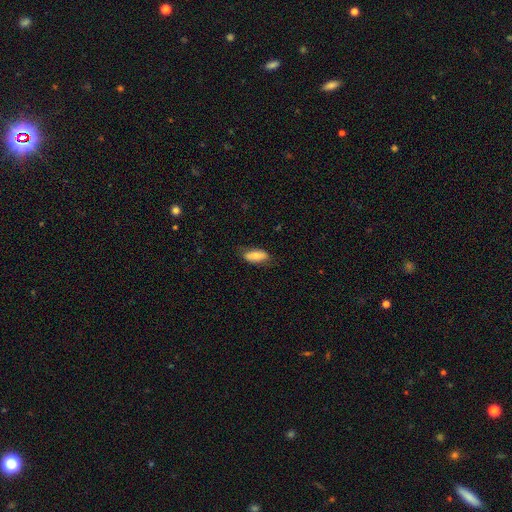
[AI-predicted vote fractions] smooth-or-featured: smooth: 72% | featured or disk: 21% | star or artifact: 7%
  how-rounded: in between: 82% | cigar-shaped: 15% | round: 3%
  merging: none: 75% | minor disturbance: 19% | major disturbance: 4% | merger: 1%